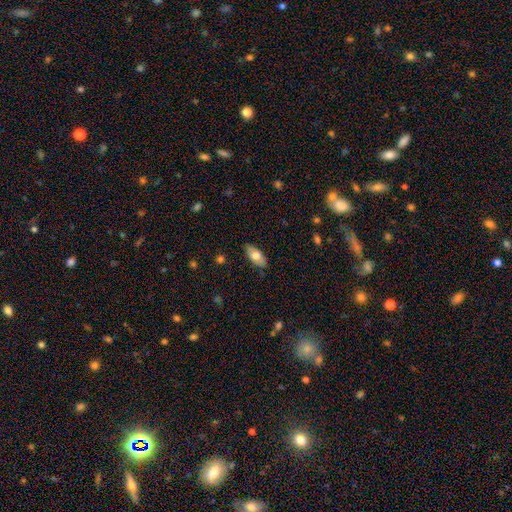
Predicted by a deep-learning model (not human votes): Morphology: type=smooth (71%); roundness=in between (89%); merging=none (84%).